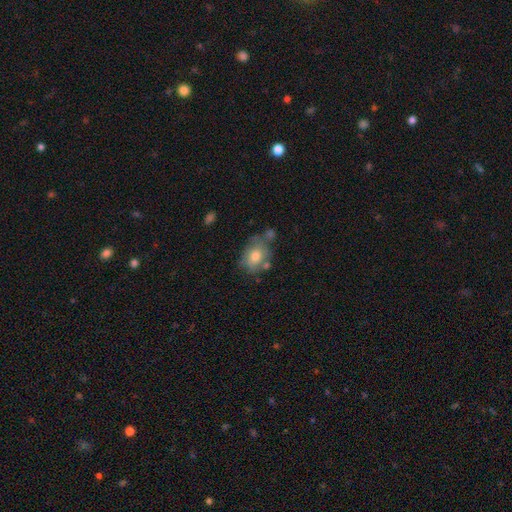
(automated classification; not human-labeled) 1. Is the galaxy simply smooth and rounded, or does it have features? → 70% smooth, 21% featured or disk, 8% star or artifact.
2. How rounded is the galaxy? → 63% in between, 36% round, 1% cigar-shaped.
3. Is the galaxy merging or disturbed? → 50% none, 25% minor disturbance, 16% merger, 9% major disturbance.